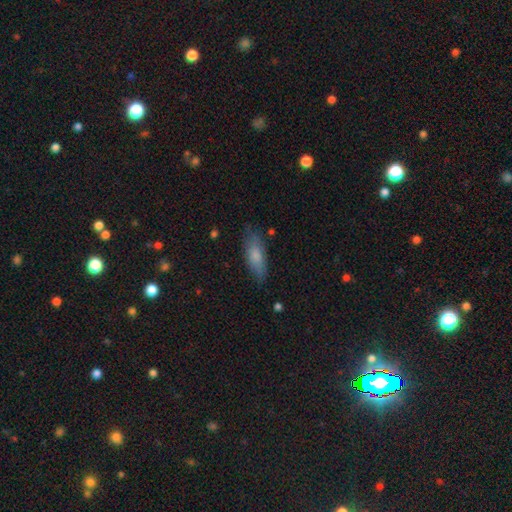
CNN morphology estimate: Q: Smooth or featured?
A: smooth (73%); runner-up: featured or disk (20%)
Q: How rounded?
A: in between (57%); runner-up: cigar-shaped (41%)
Q: Merging?
A: none (77%); runner-up: minor disturbance (17%)